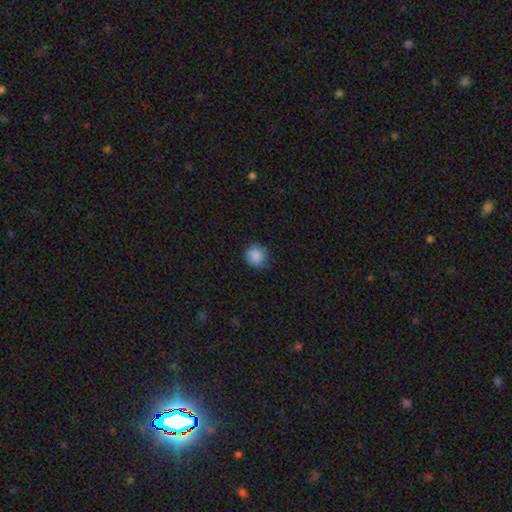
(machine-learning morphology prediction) Overall: smooth (87%). How rounded: round (90%). Merging: none (78%).